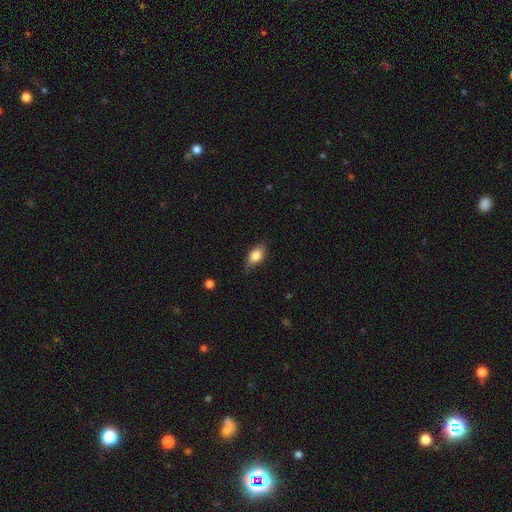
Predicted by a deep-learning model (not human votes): smooth 75%, featured or disk 18%, star or artifact 7%. Down the decision tree: how rounded — in between (84%); merging — none (74%).